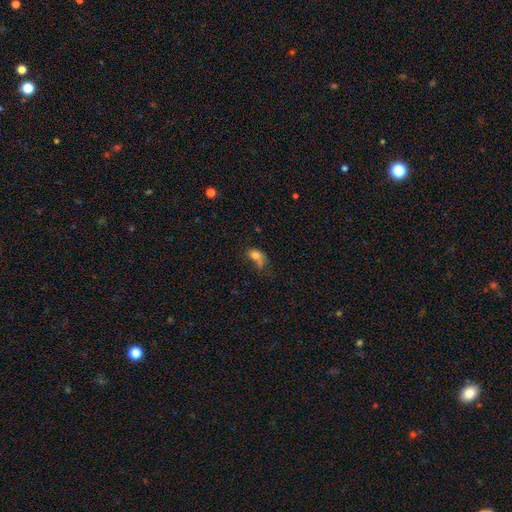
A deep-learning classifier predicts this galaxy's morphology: Smooth or featured?
  - smooth: 70% *
  - featured or disk: 17%
  - star or artifact: 13%
How rounded?
  - in between: 74% *
  - round: 23%
  - cigar-shaped: 3%
Merging?
  - major disturbance: 29% *
  - none: 28%
  - minor disturbance: 23%
  - merger: 19%